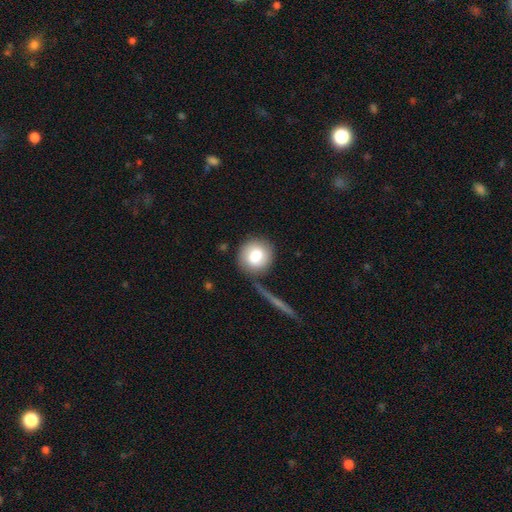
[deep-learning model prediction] Smooth or featured: smooth — 77% (featured or disk — 15%)
How rounded: round — 89% (in between — 10%)
Merging: none — 76% (minor disturbance — 13%)